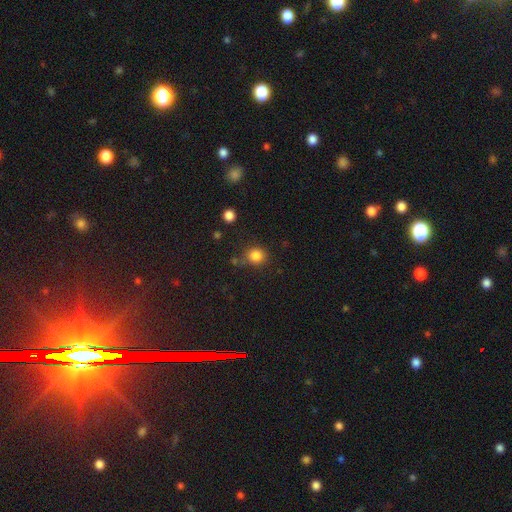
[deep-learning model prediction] This is clearly a smooth galaxy (83%). How rounded: clearly round (88%). Merging: likely none (77%).